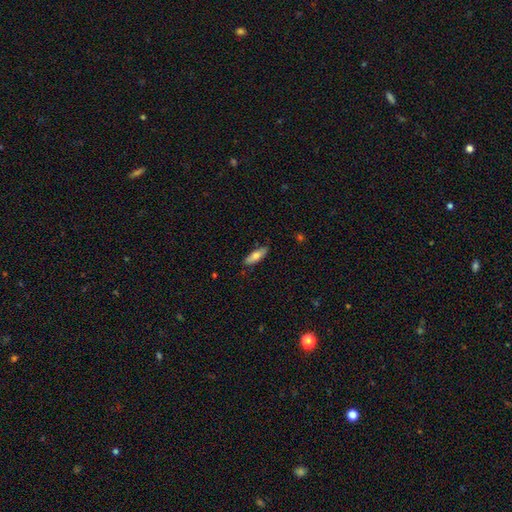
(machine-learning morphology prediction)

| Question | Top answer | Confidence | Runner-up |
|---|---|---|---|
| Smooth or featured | smooth | 70% | featured or disk (24%) |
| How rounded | in between | 54% | cigar-shaped (44%) |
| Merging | none | 84% | minor disturbance (12%) |